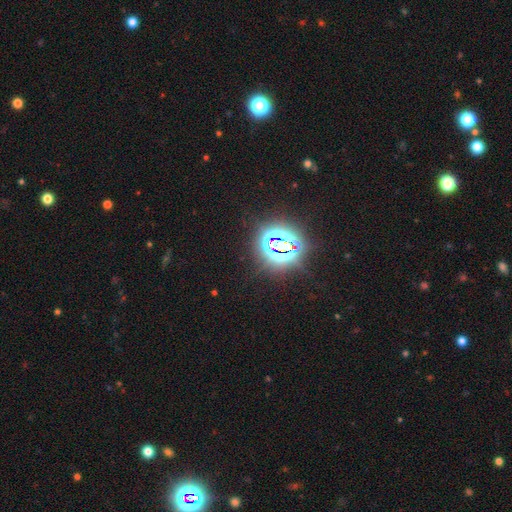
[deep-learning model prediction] smooth_or_featured: star or artifact (p=0.83) [alt: smooth p=0.11]